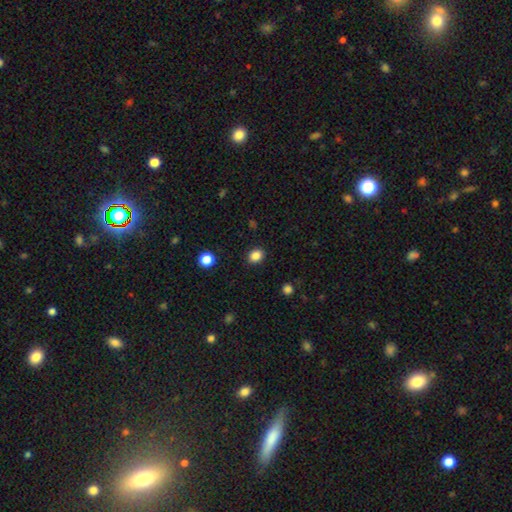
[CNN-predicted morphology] A smooth galaxy with no disk features (86%) that is in between round and cigar-shaped (51%).

Vote fractions:
- Smooth or featured? smooth: 86% / star or artifact: 11% / featured or disk: 4%
- How rounded? in between: 51% / round: 48% / cigar-shaped: 1%
- Merging? none: 89% / minor disturbance: 8% / major disturbance: 2% / merger: 1%